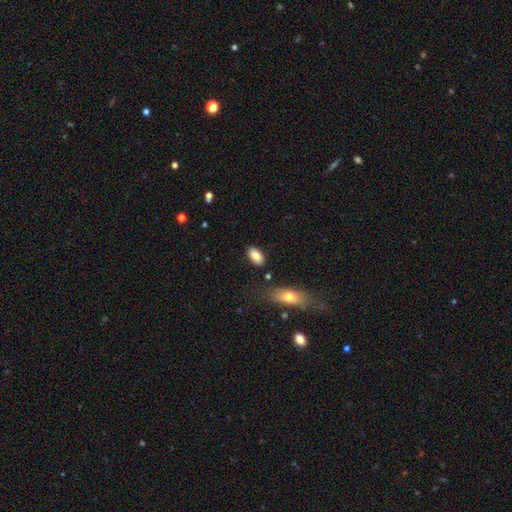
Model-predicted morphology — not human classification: This appears to be a smooth galaxy with no disk features (83%) that is in between round and cigar-shaped (91%). Merging: none (83%).